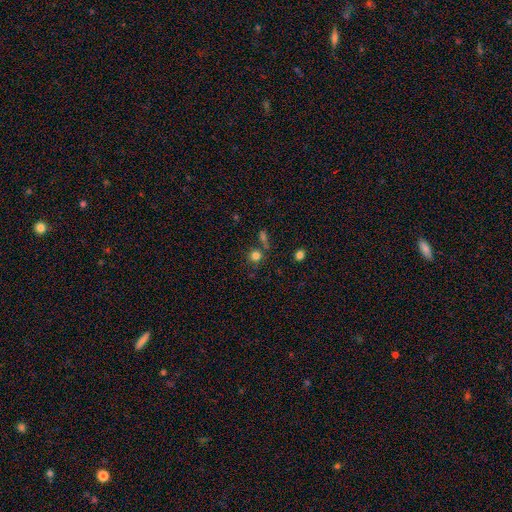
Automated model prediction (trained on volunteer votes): A smooth galaxy with no disk features (79%) that is round (89%). Merging: none (71%).